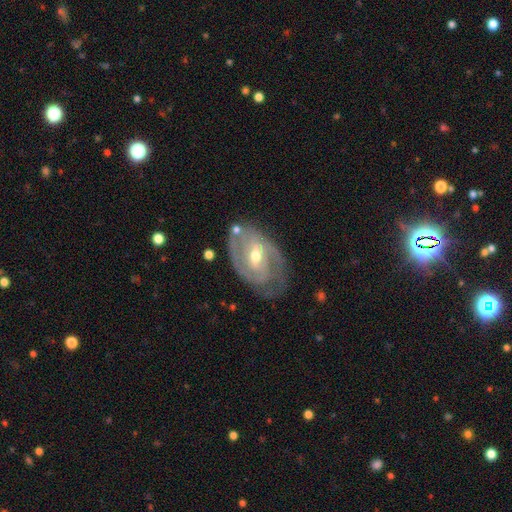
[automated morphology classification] smooth-or-featured: featured or disk: 85% | smooth: 10% | star or artifact: 5%
  disk-edge-on: no: 95% | yes: 5%
    bar: weak: 51% | no: 25% | strong: 23%
    has-spiral-arms: yes: 92% | no: 8%
      spiral-winding: tight: 62% | medium: 31% | loose: 8%
      spiral-arm-count: 2: 47% | can't tell: 25% | 3: 16% | 1: 5% | 4: 4% | more than 4: 3%
    bulge-size: moderate: 63% | small: 33% | large: 2% | none: 1% | dominant: 1%
  merging: none: 66% | minor disturbance: 22% | major disturbance: 9% | merger: 3%